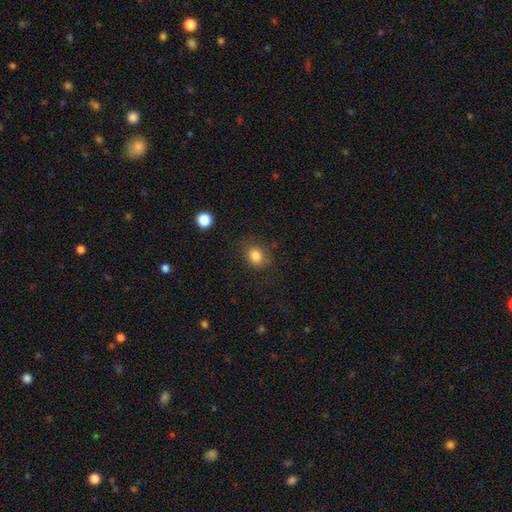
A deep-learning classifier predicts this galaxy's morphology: smooth_or_featured: smooth (p=0.83) [alt: star or artifact p=0.11]
how_rounded: round (p=0.56) [alt: in between p=0.43]
merging: none (p=0.77) [alt: minor disturbance p=0.16]